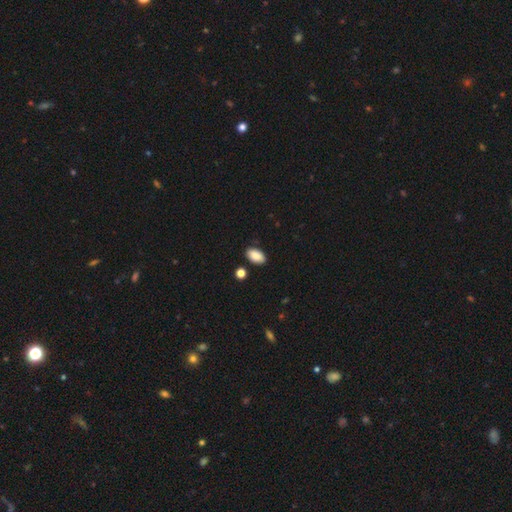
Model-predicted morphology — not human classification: type=smooth (88%); roundness=in between (93%); merging=none (84%).